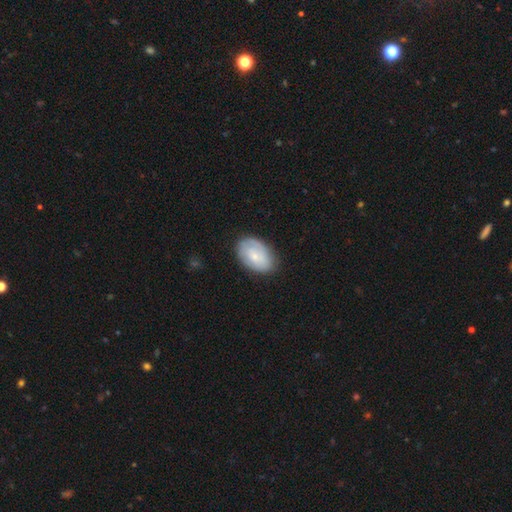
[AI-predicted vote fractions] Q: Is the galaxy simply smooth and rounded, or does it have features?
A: smooth — 57%.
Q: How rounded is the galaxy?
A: in between — 88%.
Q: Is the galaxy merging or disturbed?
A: none — 78%.